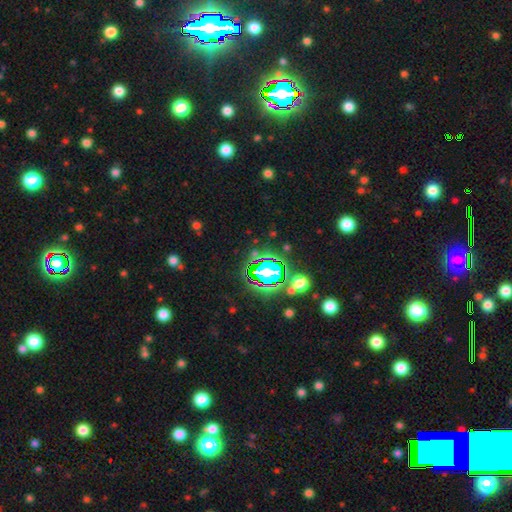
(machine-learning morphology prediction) Q: Smooth or featured?
A: star or artifact (72%); runner-up: smooth (18%)